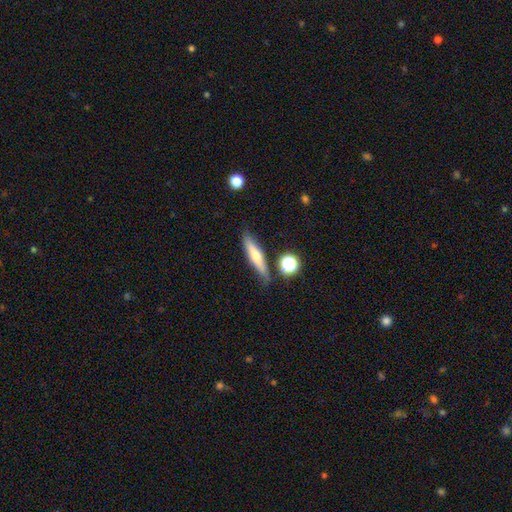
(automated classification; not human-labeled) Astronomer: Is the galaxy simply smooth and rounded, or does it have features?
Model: smooth — 53% (runner-up: featured or disk, 39%).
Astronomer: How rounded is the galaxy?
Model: cigar-shaped — 80%.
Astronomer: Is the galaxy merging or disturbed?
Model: none — 76%.